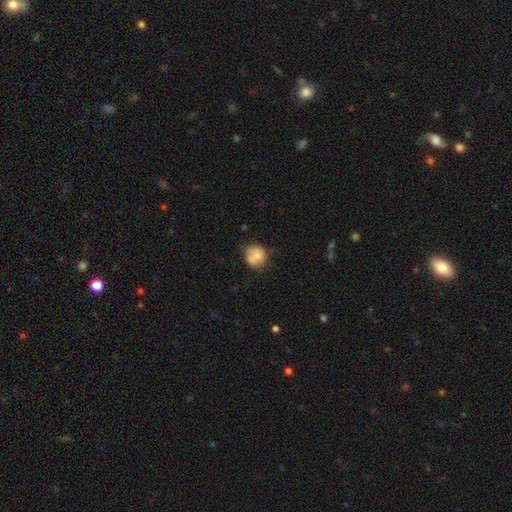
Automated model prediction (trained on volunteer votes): This is likely a smooth galaxy (74%). How rounded: likely round (75%). Merging: possibly none (46%).